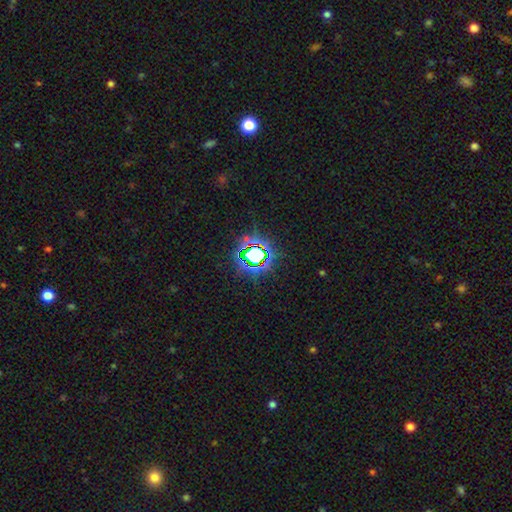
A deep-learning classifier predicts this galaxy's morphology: Smooth or featured?
  - star or artifact: 72% *
  - smooth: 18%
  - featured or disk: 10%